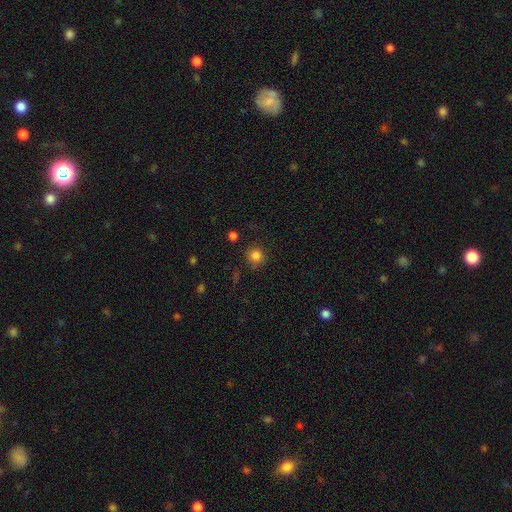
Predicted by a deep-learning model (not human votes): A smooth galaxy with no disk features (82%) that is round (92%). Merging: none (82%).